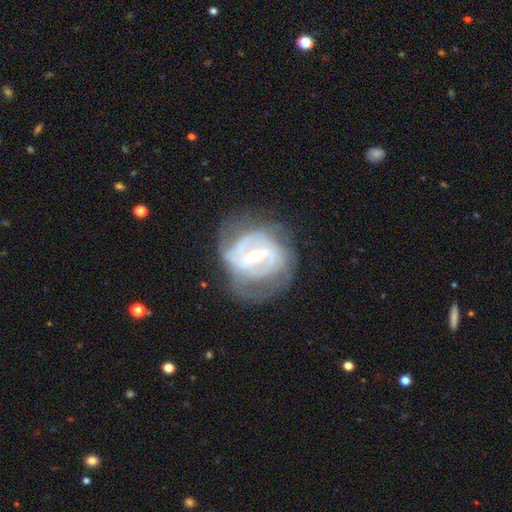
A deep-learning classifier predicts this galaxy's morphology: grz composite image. It shows a featured or disk galaxy (85%) with a strong bar (55%), 2 (37%) tight (48%) spiral arms (82%) and a small central bulge (61%). Merging: none (57%).